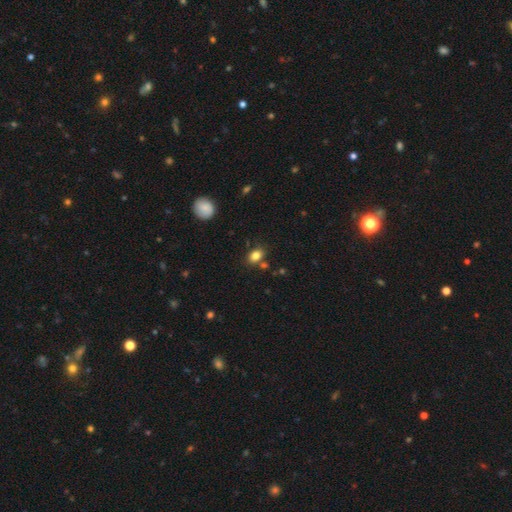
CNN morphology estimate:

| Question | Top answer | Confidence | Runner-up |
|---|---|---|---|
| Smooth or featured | smooth | 82% | star or artifact (11%) |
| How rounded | in between | 71% | round (27%) |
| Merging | none | 74% | minor disturbance (13%) |